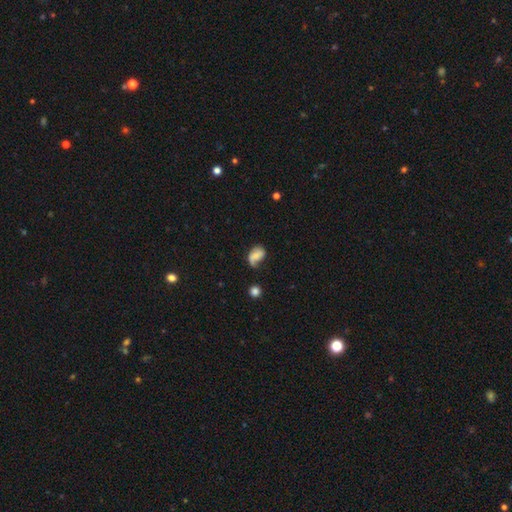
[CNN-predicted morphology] A smooth galaxy with no disk features (50%) that is in between round and cigar-shaped (78%). Merging: none (42%).